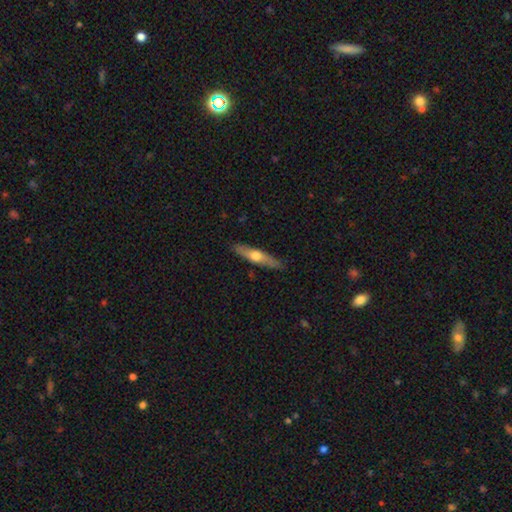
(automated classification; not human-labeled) smooth_or_featured: featured or disk (p=0.49) [alt: smooth p=0.46]
merging: none (p=0.84) [alt: minor disturbance p=0.12]